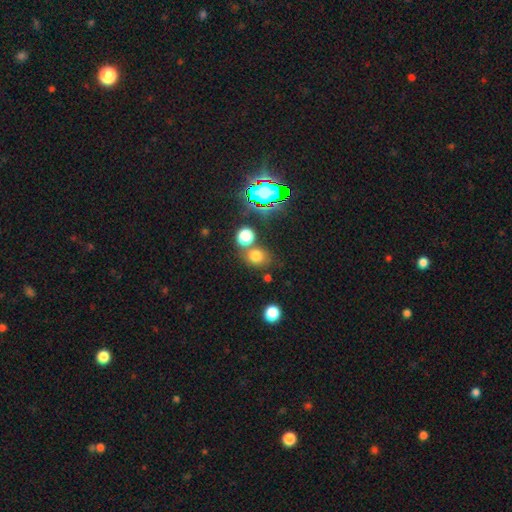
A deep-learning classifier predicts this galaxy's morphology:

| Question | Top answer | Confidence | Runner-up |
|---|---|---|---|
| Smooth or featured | smooth | 70% | star or artifact (22%) |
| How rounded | round | 64% | in between (35%) |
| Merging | none | 66% | merger (18%) |